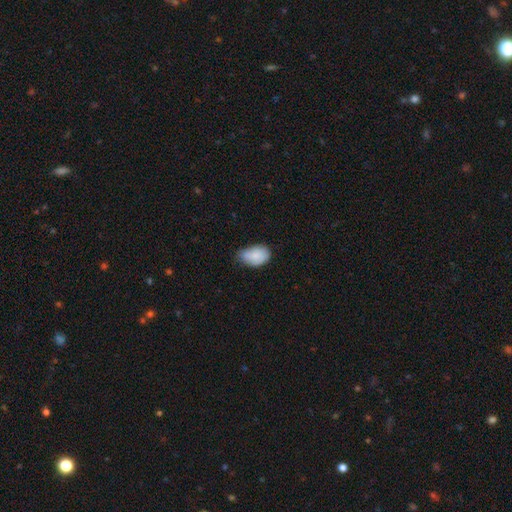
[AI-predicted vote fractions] Smooth or featured: smooth — 81% (featured or disk — 12%)
How rounded: in between — 88% (round — 10%)
Merging: minor disturbance — 45% (none — 44%)